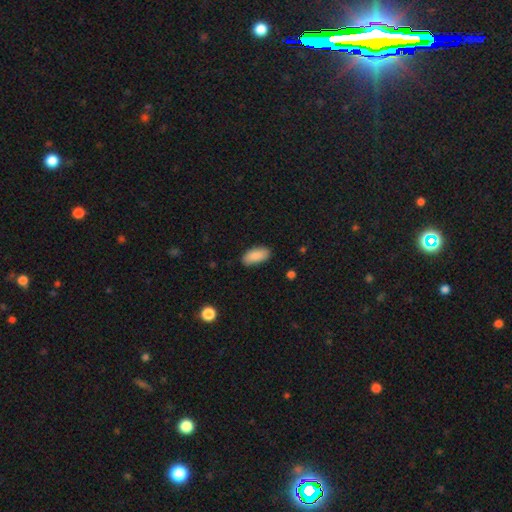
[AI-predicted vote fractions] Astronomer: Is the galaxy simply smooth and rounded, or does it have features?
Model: smooth — 88%.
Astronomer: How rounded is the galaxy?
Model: in between — 92%.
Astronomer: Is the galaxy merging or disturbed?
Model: none — 85%.